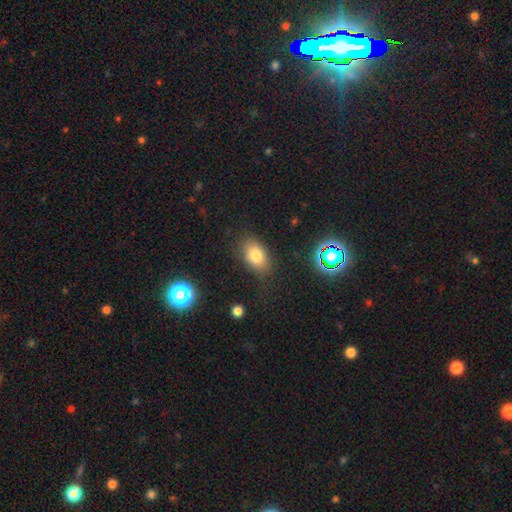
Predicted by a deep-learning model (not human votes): This appears to be a smooth galaxy with no disk features (78%) that is in between round and cigar-shaped (86%). Merging: none (81%).